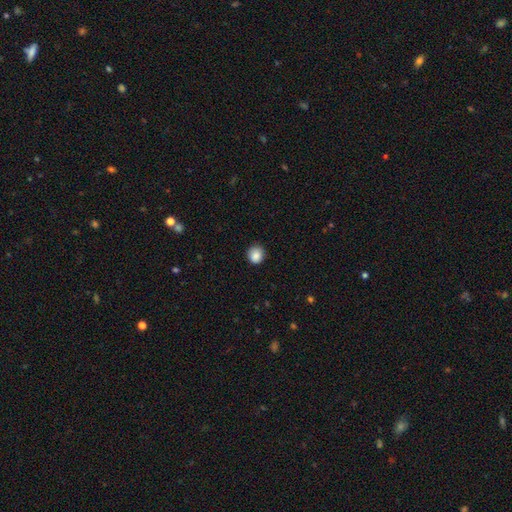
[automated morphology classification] This appears to be a smooth galaxy with no disk features (87%) that is round (89%). Merging: none (88%).